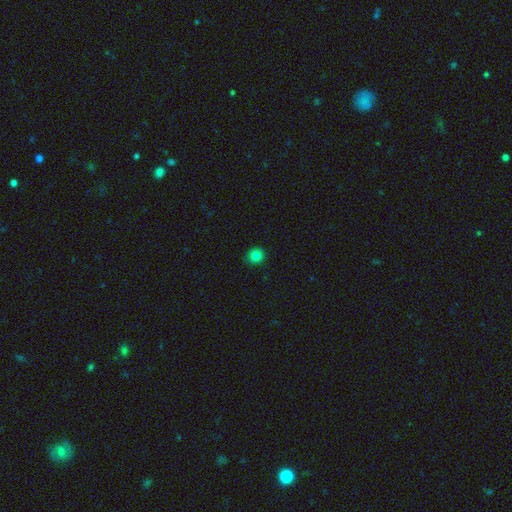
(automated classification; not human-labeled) smooth_or_featured: smooth (p=0.82) [alt: star or artifact p=0.12]
how_rounded: round (p=0.86) [alt: in between p=0.13]
merging: none (p=0.87) [alt: minor disturbance p=0.10]